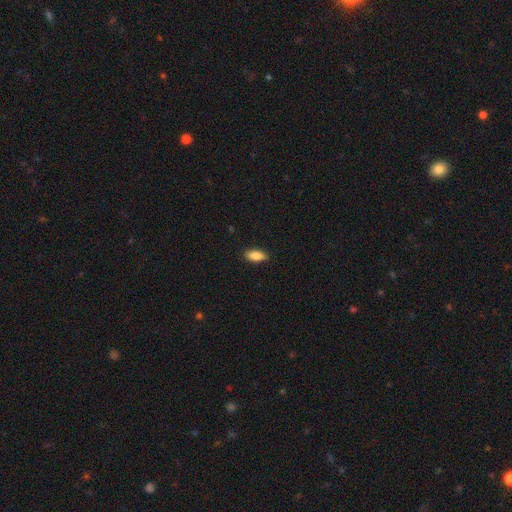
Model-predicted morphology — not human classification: smooth 86%, featured or disk 7%, star or artifact 7%. Down the decision tree: how rounded — in between (85%); merging — none (88%).